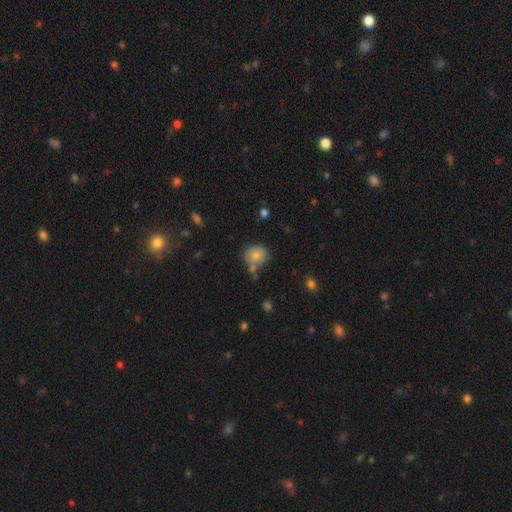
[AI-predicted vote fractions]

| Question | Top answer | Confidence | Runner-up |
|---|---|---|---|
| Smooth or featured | smooth | 82% | star or artifact (9%) |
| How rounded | round | 71% | in between (28%) |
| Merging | none | 64% | minor disturbance (17%) |